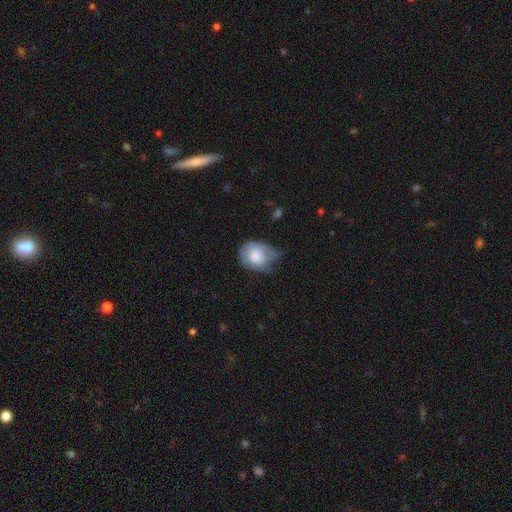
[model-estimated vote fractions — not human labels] Smooth or featured: smooth — 70% (featured or disk — 23%)
How rounded: round — 56% (in between — 43%)
Merging: minor disturbance — 45% (none — 29%)